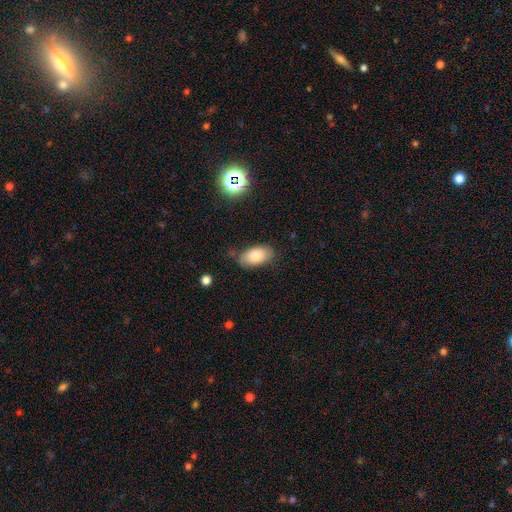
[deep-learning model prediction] Smooth or featured? smooth (79%)
How rounded? in between (94%)
Merging? none (72%)